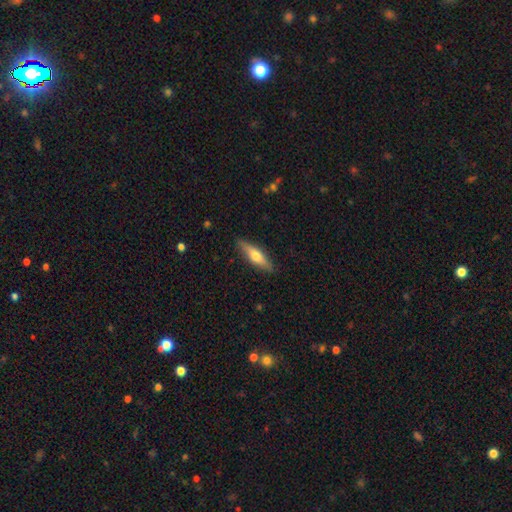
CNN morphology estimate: Overall: smooth (53%; featured or disk 41%). How rounded: cigar-shaped (67%; in between 31%). Merging: none (86%).